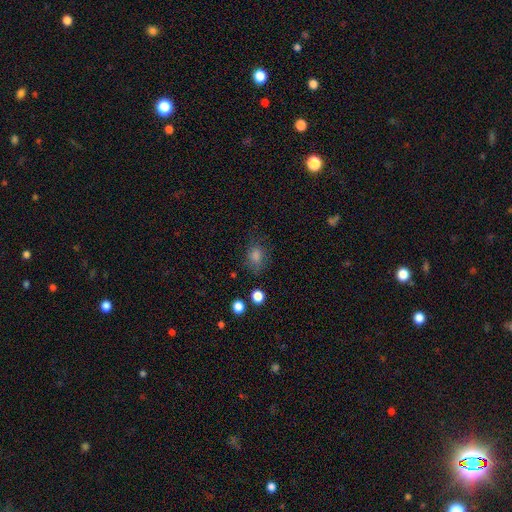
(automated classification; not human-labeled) This appears to be a smooth galaxy with no disk features (73%) that is in between round and cigar-shaped (54%). Merging: none (72%).